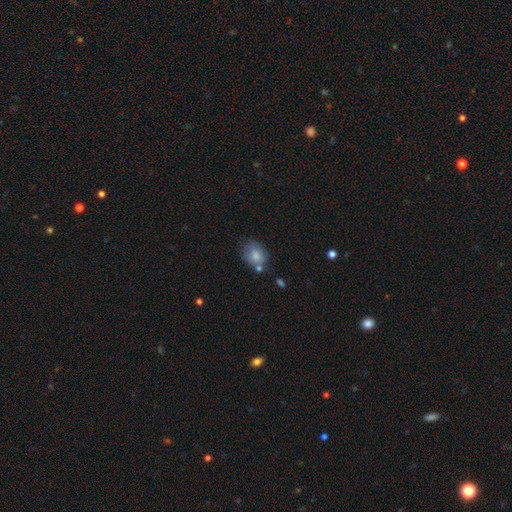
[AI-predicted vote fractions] smooth-or-featured: smooth: 78% | featured or disk: 14% | star or artifact: 8%
  how-rounded: in between: 60% | round: 39% | cigar-shaped: 1%
  merging: none: 58% | minor disturbance: 23% | merger: 12% | major disturbance: 7%